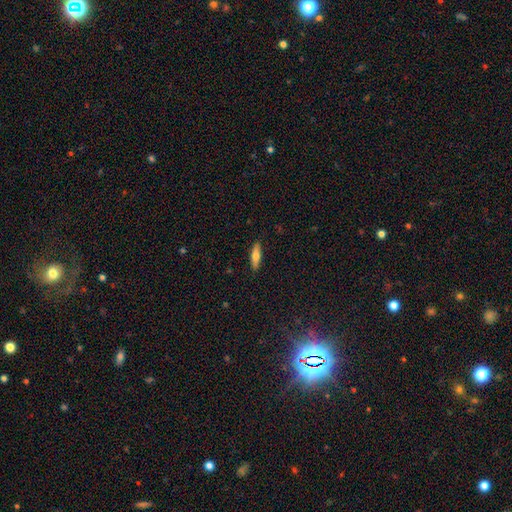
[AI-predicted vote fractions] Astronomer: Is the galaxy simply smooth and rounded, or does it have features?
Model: smooth — 66%.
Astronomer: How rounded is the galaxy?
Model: cigar-shaped — 59% (runner-up: in between, 39%).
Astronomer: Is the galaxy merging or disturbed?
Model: none — 89%.